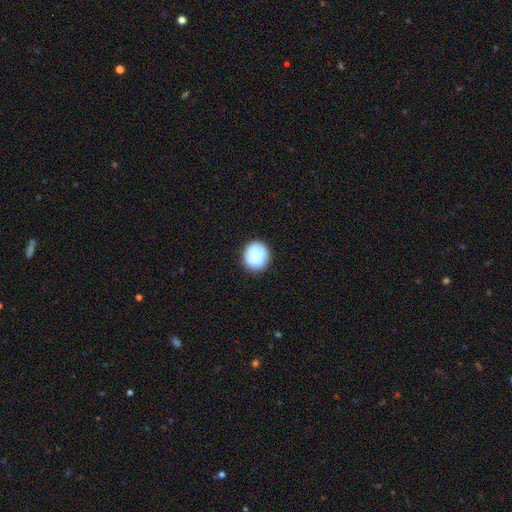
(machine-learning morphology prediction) Q: Smooth or featured?
A: smooth (80%); runner-up: featured or disk (12%)
Q: How rounded?
A: round (89%); runner-up: in between (11%)
Q: Merging?
A: none (83%); runner-up: minor disturbance (12%)